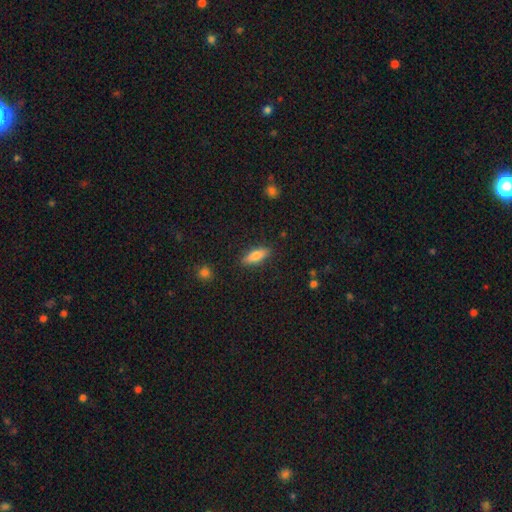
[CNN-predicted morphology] A smooth galaxy with no disk features (77%) that is in between round and cigar-shaped (62%). Merging: none (87%).